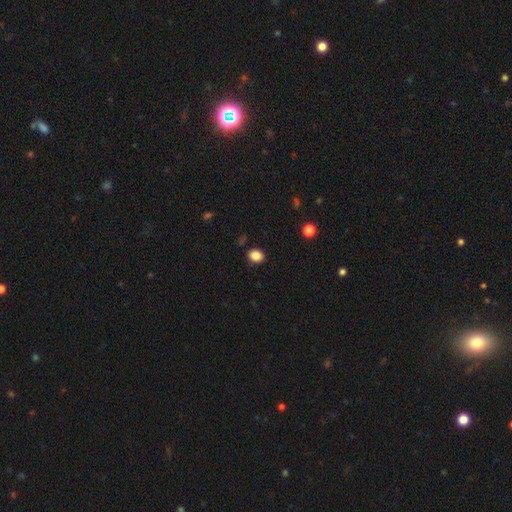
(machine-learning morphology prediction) Overall: smooth (86%). How rounded: round (59%; in between 40%). Merging: none (88%).